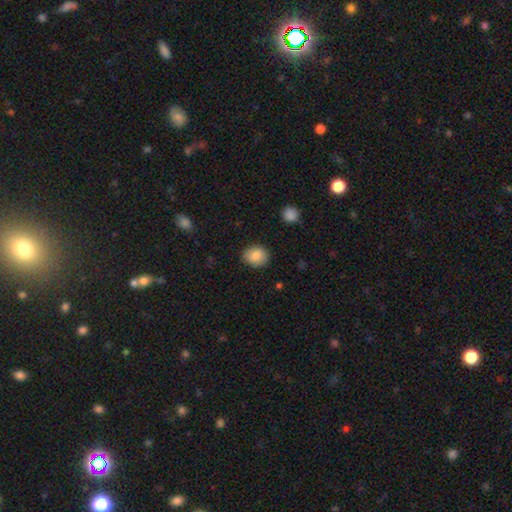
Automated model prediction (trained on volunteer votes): A smooth galaxy with no disk features (86%) that is round (62%).

Vote fractions:
- Smooth or featured? smooth: 86% / star or artifact: 8% / featured or disk: 6%
- How rounded? round: 62% / in between: 37% / cigar-shaped: 1%
- Merging? none: 86% / minor disturbance: 11% / major disturbance: 2% / merger: 1%